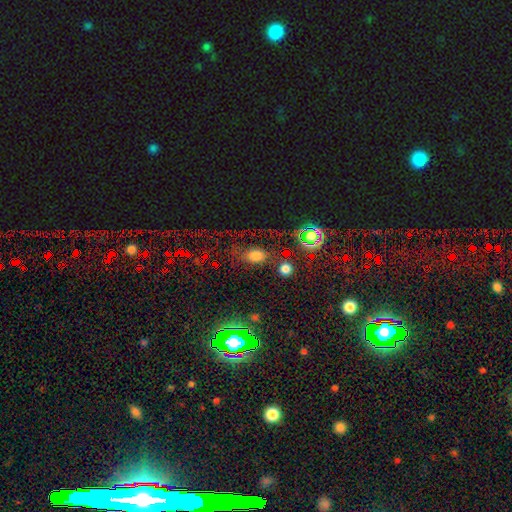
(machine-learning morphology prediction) Q: Smooth or featured?
A: smooth (65%); runner-up: star or artifact (25%)
Q: How rounded?
A: in between (73%); runner-up: round (24%)
Q: Merging?
A: none (70%); runner-up: minor disturbance (16%)